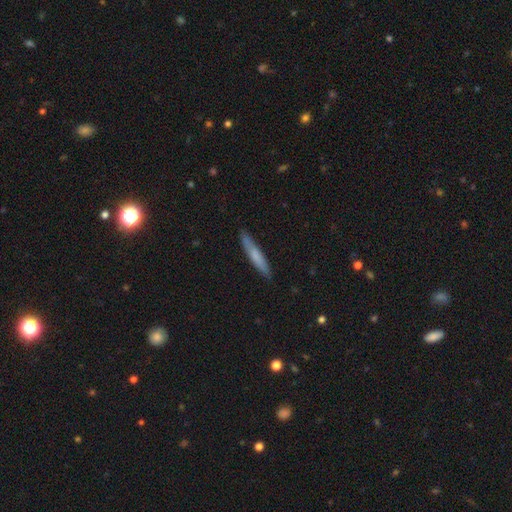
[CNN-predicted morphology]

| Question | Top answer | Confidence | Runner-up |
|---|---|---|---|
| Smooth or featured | smooth | 68% | featured or disk (27%) |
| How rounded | cigar-shaped | 94% | in between (5%) |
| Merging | none | 89% | minor disturbance (9%) |